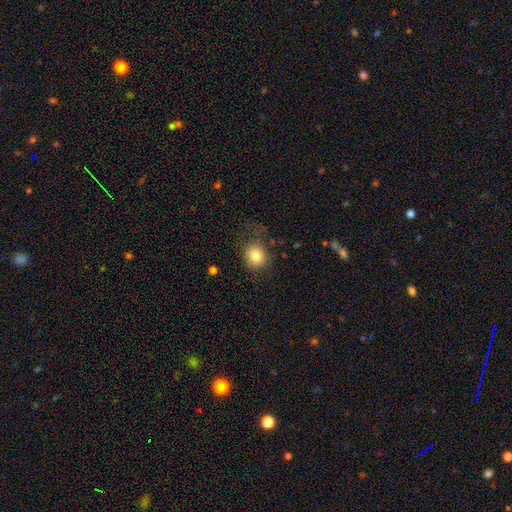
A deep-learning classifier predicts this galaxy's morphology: Smooth or featured? Predicted: smooth (p=0.80). How rounded? Predicted: round (p=0.83). Merging? Predicted: none (p=0.67).